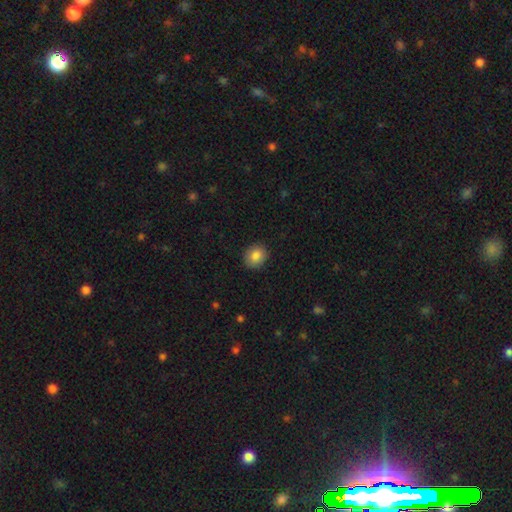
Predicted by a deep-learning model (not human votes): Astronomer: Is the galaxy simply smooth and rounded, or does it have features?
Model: smooth — 86%.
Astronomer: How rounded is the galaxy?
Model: round — 62% (runner-up: in between, 37%).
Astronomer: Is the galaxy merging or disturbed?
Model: none — 89%.